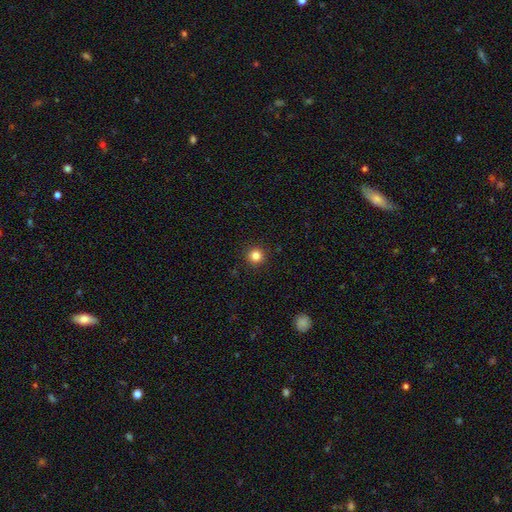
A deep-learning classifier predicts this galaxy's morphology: A smooth galaxy with no disk features (84%) that is round (95%). Merging: none (93%).